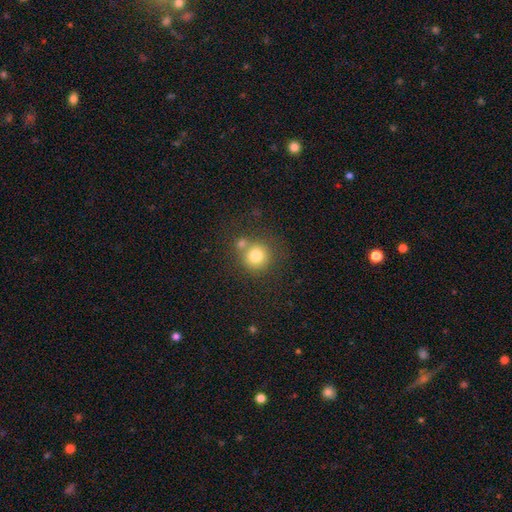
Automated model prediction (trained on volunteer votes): smooth-or-featured: smooth: 78% | star or artifact: 12% | featured or disk: 10%
  how-rounded: round: 92% | in between: 7% | cigar-shaped: 1%
  merging: none: 61% | merger: 25% | minor disturbance: 10% | major disturbance: 4%